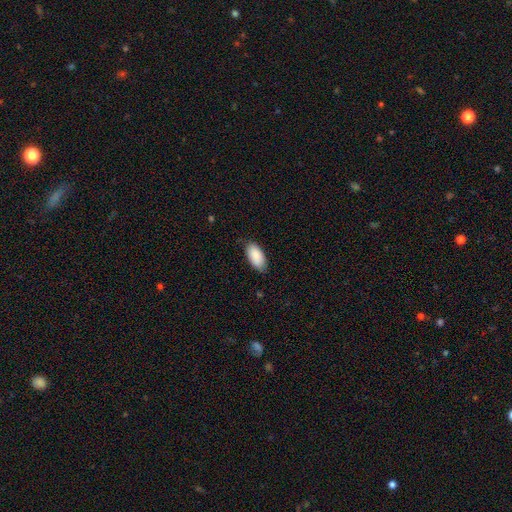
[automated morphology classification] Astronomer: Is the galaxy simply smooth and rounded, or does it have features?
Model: smooth — 89%.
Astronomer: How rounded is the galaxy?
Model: in between — 95%.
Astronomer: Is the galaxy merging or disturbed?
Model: none — 81%.